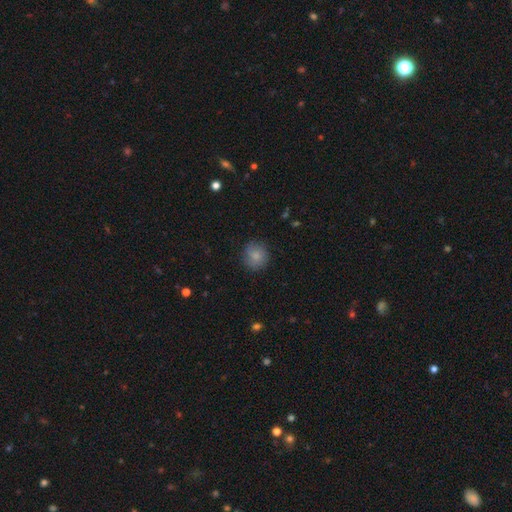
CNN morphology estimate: The model was most divided on "merging": none: 81%, minor disturbance: 14%, major disturbance: 3%, merger: 1%. More confident: how rounded — round (90%); smooth or featured — smooth (81%).